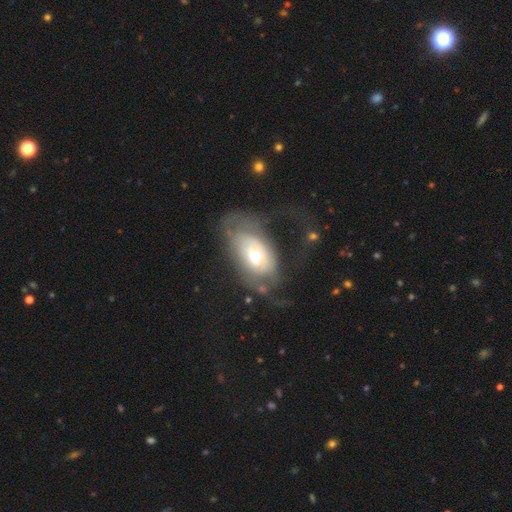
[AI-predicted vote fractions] A featured or disk galaxy (52%).

Vote fractions:
- Smooth or featured? featured or disk: 52% / smooth: 40% / star or artifact: 8%
- Edge-on disk? no: 93% / yes: 7%
- Merging? major disturbance: 50% / none: 27% / minor disturbance: 18% / merger: 4%